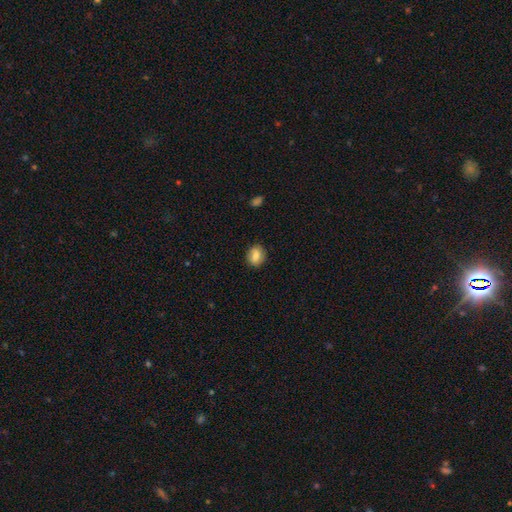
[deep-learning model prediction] smooth-or-featured: smooth: 80% | featured or disk: 11% | star or artifact: 9%
  how-rounded: round: 61% | in between: 37% | cigar-shaped: 1%
  merging: none: 86% | minor disturbance: 11% | major disturbance: 2% | merger: 1%